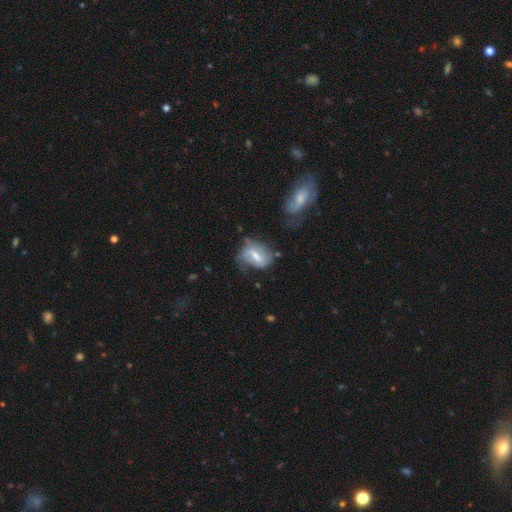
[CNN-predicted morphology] Smooth or featured: featured or disk — 63% (smooth — 30%)
Edge-on disk: no — 94% (yes — 6%)
Bar: weak — 44% (strong — 42%)
Spiral arms: yes — 74% (no — 26%)
Bulge size: moderate — 50% (small — 37%)
Merging: none — 48% (minor disturbance — 30%)